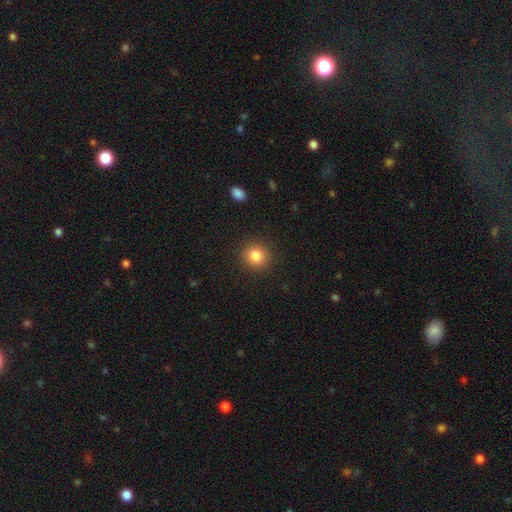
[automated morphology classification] smooth-or-featured: smooth: 83% | star or artifact: 11% | featured or disk: 6%
  how-rounded: round: 89% | in between: 10% | cigar-shaped: 1%
  merging: none: 90% | minor disturbance: 6% | major disturbance: 2% | merger: 1%